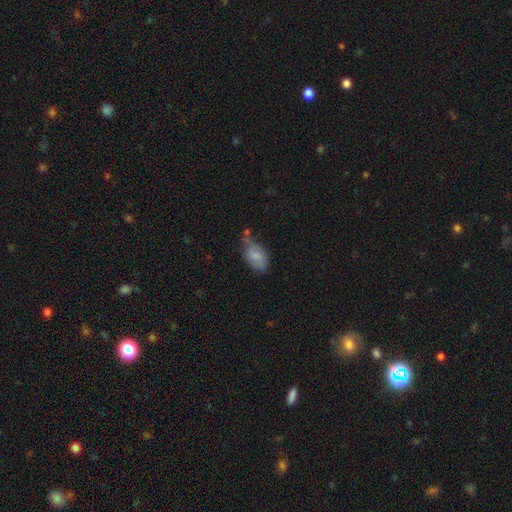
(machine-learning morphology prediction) Smooth or featured? Predicted: smooth (p=0.78). How rounded? Predicted: in between (p=0.91). Merging? Predicted: none (p=0.51).